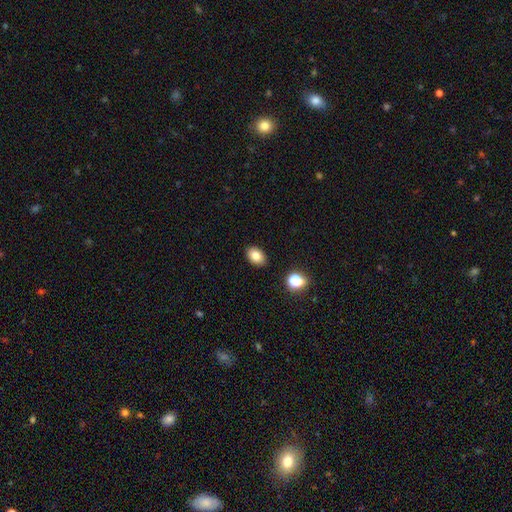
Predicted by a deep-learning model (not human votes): Overall: smooth (81%). How rounded: in between (81%). Merging: none (88%).